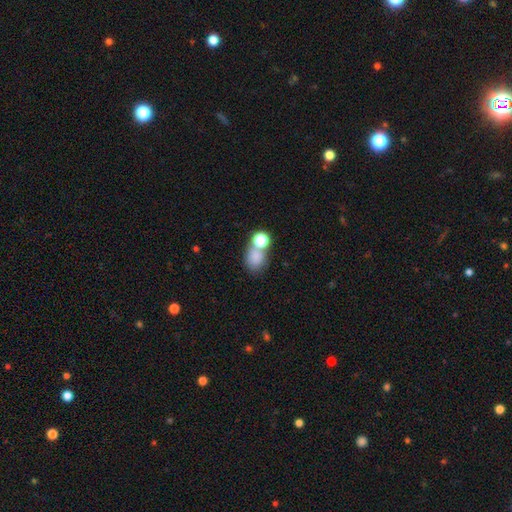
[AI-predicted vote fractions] Smooth or featured? Predicted: smooth (p=0.76). How rounded? Predicted: round (p=0.52). Merging? Predicted: none (p=0.45).